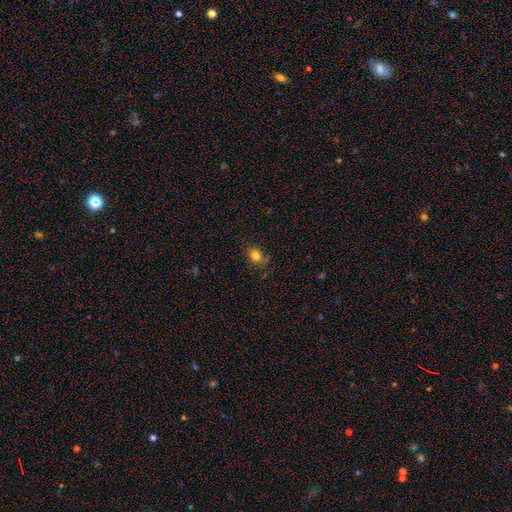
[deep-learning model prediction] Smooth or featured?
  - smooth: 81% *
  - star or artifact: 12%
  - featured or disk: 7%
How rounded?
  - in between: 58% *
  - round: 41%
  - cigar-shaped: 1%
Merging?
  - none: 75% *
  - minor disturbance: 18%
  - major disturbance: 5%
  - merger: 3%